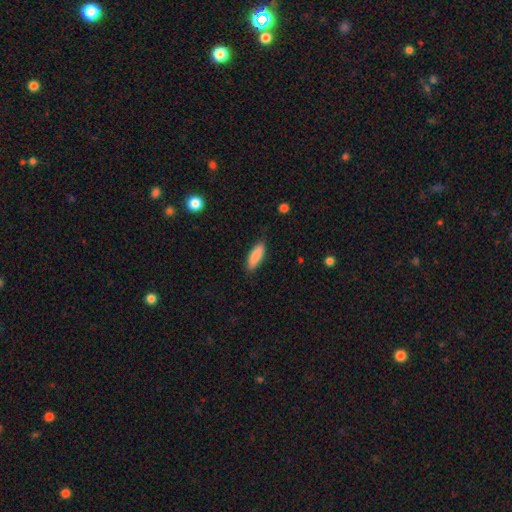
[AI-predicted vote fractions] A smooth galaxy with no disk features (87%) that is in between round and cigar-shaped (56%). Merging: none (86%).